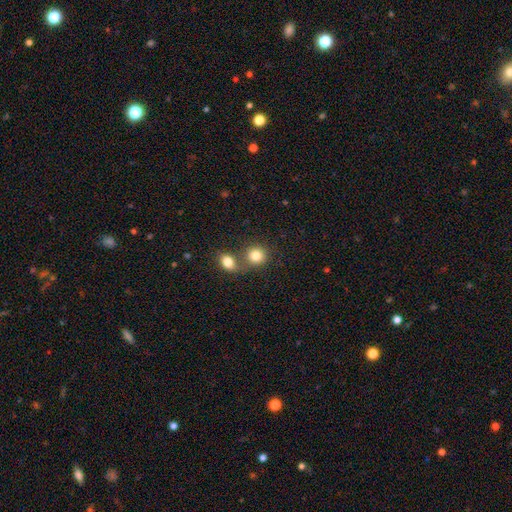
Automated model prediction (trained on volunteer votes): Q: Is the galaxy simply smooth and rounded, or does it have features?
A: smooth — 82%.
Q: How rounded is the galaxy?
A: round — 80%.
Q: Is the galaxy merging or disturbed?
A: none — 47%.